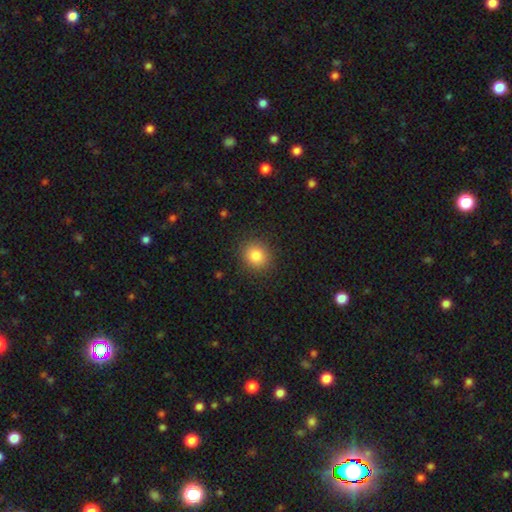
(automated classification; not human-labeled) Q: Smooth or featured?
A: smooth (84%); runner-up: star or artifact (11%)
Q: How rounded?
A: round (83%); runner-up: in between (16%)
Q: Merging?
A: none (89%); runner-up: minor disturbance (7%)